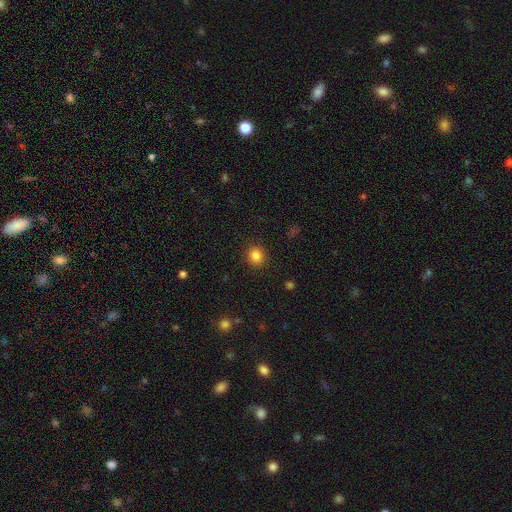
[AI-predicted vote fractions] Q: Smooth or featured?
A: smooth (84%); runner-up: star or artifact (11%)
Q: How rounded?
A: round (82%); runner-up: in between (17%)
Q: Merging?
A: none (90%); runner-up: minor disturbance (6%)